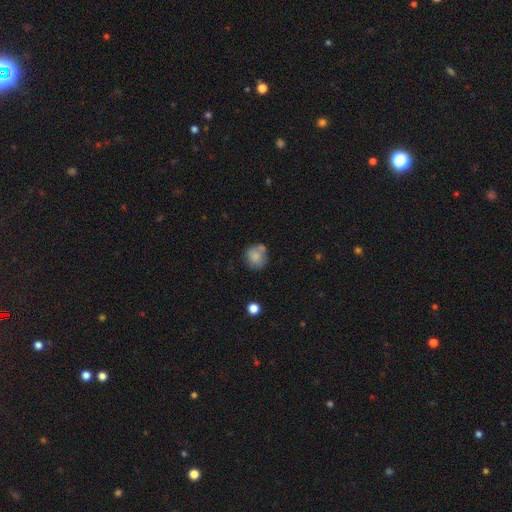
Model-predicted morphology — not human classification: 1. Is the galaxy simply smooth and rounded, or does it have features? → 77% smooth, 14% featured or disk, 9% star or artifact.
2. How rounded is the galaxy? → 80% round, 19% in between, 1% cigar-shaped.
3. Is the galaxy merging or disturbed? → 57% none, 23% minor disturbance, 13% merger, 7% major disturbance.